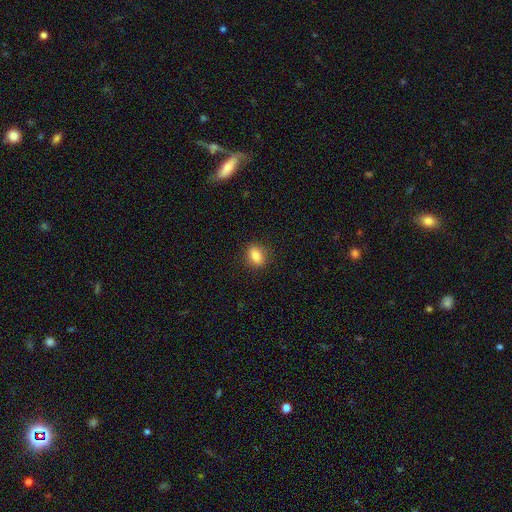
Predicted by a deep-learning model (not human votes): The model was most divided on "how rounded": in between: 74%, round: 22%, cigar-shaped: 4%. More confident: merging — none (87%); smooth or featured — smooth (85%).